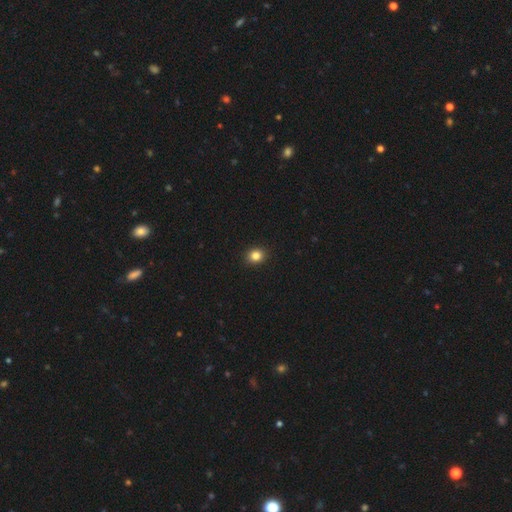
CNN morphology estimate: smooth 84%, star or artifact 11%, featured or disk 4%. Down the decision tree: how rounded — round (69%); merging — none (92%).